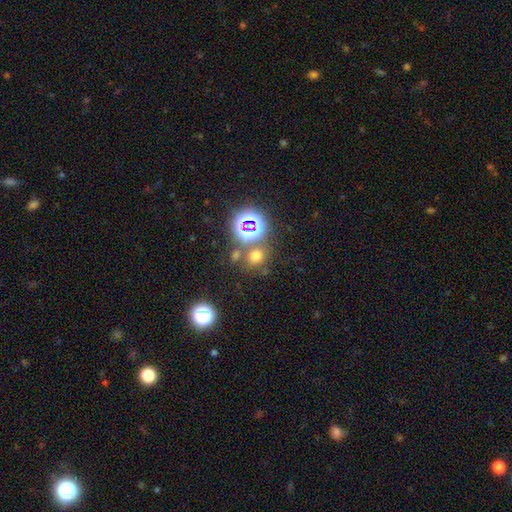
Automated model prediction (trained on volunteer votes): Smooth or featured? smooth (60%)
How rounded? round (77%)
Merging? none (69%)